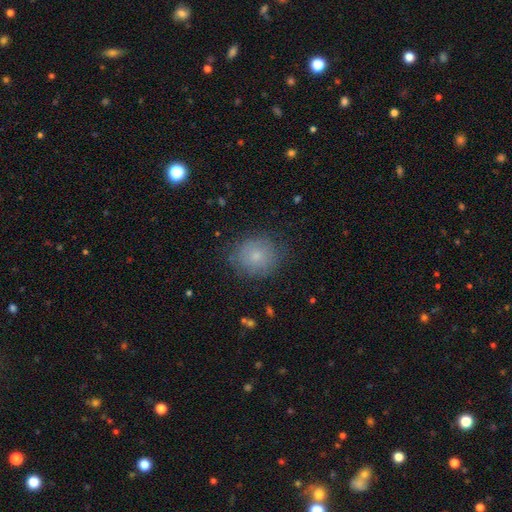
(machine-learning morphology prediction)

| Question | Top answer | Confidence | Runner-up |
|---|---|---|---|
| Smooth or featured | smooth | 74% | featured or disk (16%) |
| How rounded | round | 82% | in between (17%) |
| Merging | none | 79% | minor disturbance (15%) |